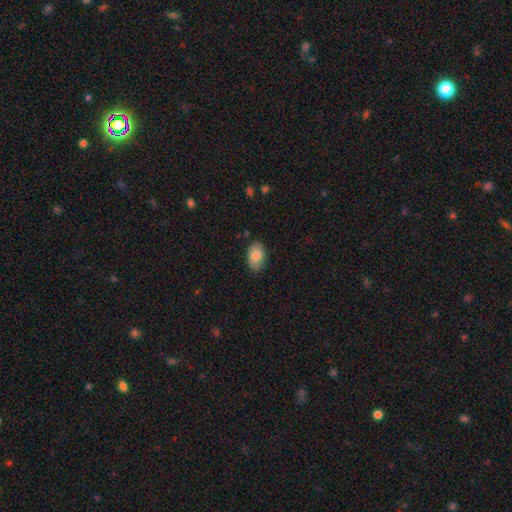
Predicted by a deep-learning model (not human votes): Smooth or featured? smooth (84%)
How rounded? in between (90%)
Merging? none (83%)